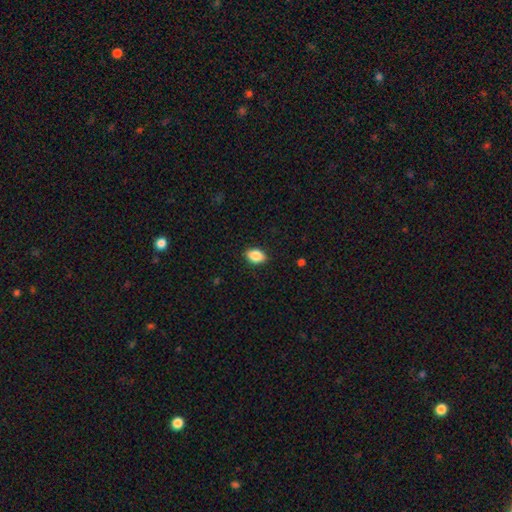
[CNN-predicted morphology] This appears to be a smooth galaxy with no disk features (87%) that is in between round and cigar-shaped (85%). Merging: none (88%).